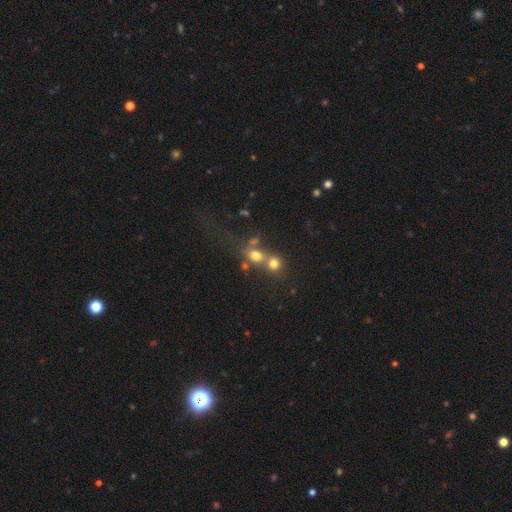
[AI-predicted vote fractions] smooth-or-featured: smooth: 69% | star or artifact: 17% | featured or disk: 14%
  how-rounded: round: 66% | in between: 32% | cigar-shaped: 2%
  merging: merger: 51% | none: 35% | minor disturbance: 8% | major disturbance: 6%